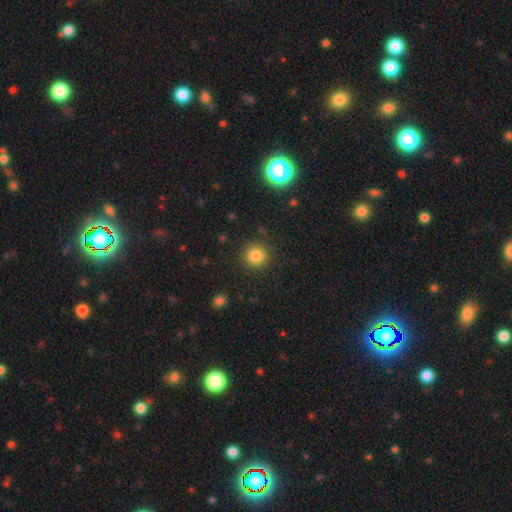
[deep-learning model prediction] Smooth or featured? Predicted: smooth (p=0.83). How rounded? Predicted: round (p=0.93). Merging? Predicted: none (p=0.89).